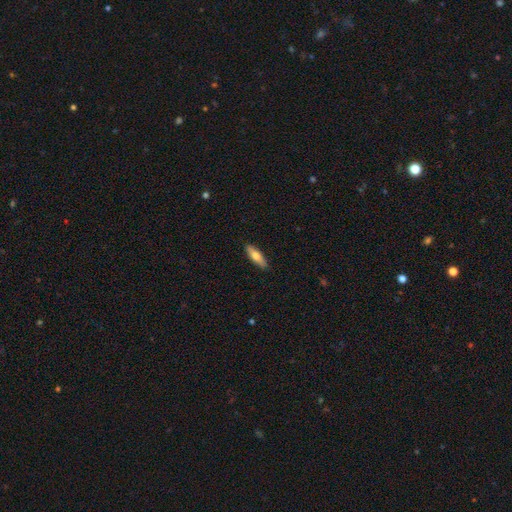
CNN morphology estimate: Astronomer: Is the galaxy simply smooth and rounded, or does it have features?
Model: smooth — 68%.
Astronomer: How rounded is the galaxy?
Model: cigar-shaped — 56% (runner-up: in between, 42%).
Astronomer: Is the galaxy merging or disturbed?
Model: none — 90%.